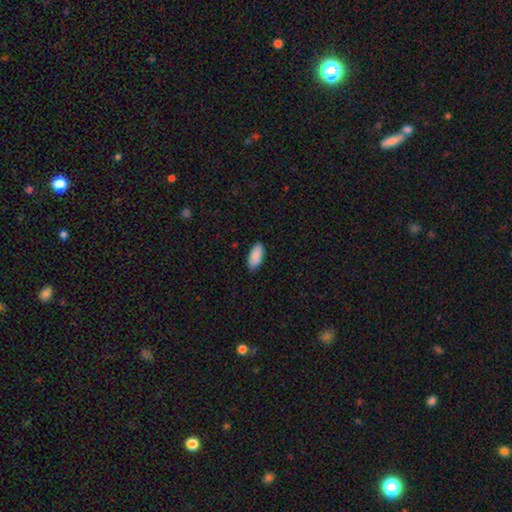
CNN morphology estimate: Smooth or featured? Predicted: smooth (p=0.90). How rounded? Predicted: in between (p=0.91). Merging? Predicted: none (p=0.87).